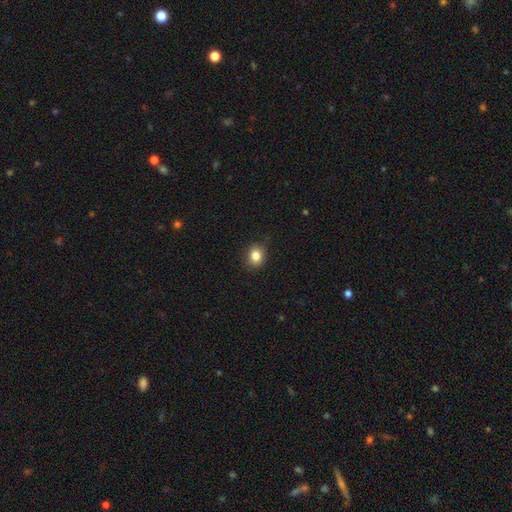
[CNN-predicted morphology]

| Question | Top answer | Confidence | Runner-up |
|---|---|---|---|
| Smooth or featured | smooth | 83% | star or artifact (10%) |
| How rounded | round | 62% | in between (38%) |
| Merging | none | 88% | minor disturbance (9%) |